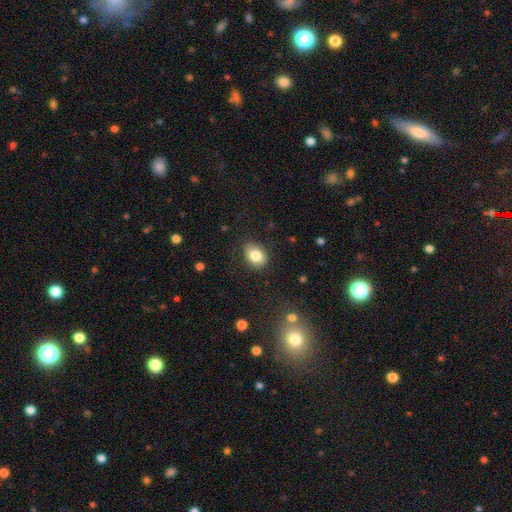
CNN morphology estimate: This appears to be a smooth galaxy with no disk features (82%) that is in between round and cigar-shaped (71%). Merging: none (82%).